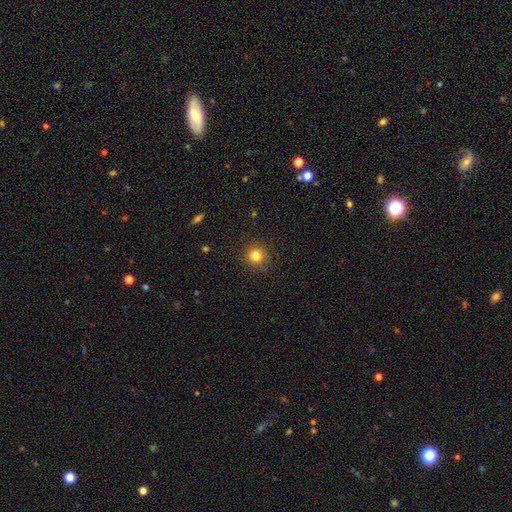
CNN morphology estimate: The model was most divided on "smooth or featured": smooth: 82%, star or artifact: 12%, featured or disk: 6%. More confident: how rounded — round (92%); merging — none (89%).